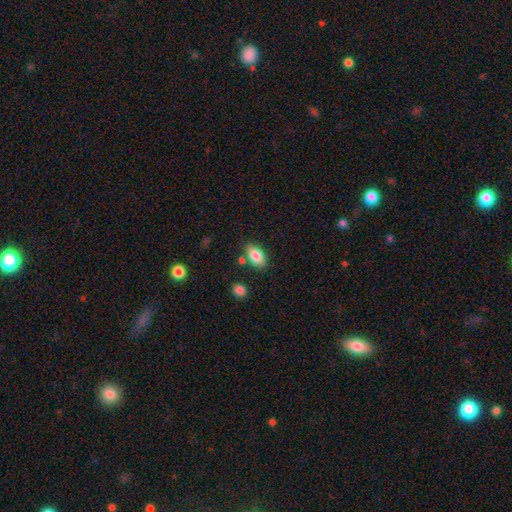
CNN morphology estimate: Smooth or featured? smooth (83%)
How rounded? in between (90%)
Merging? none (79%)